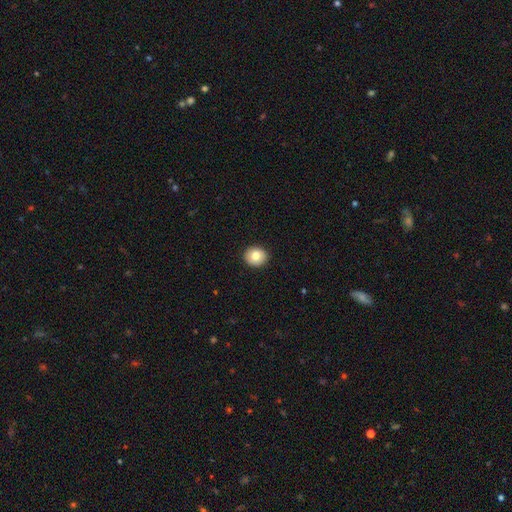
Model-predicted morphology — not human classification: smooth-or-featured: smooth: 78% | featured or disk: 14% | star or artifact: 8%
  how-rounded: round: 84% | in between: 15% | cigar-shaped: 1%
  merging: none: 92% | minor disturbance: 6% | major disturbance: 2% | merger: 1%